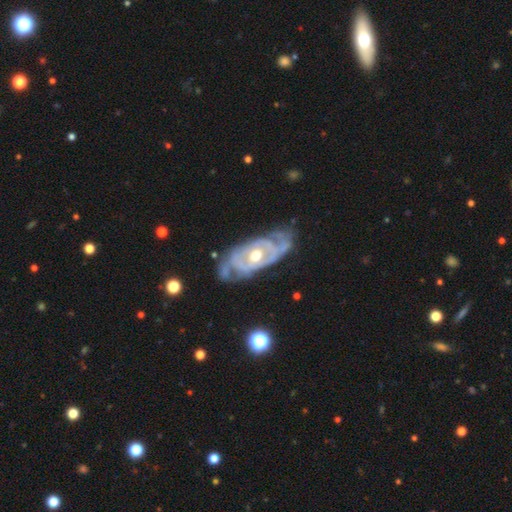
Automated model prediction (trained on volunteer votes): Smooth or featured: featured or disk — 87% (smooth — 8%)
Edge-on disk: no — 91% (yes — 9%)
Bar: no — 66% (weak — 25%)
Spiral arms: yes — 86% (no — 14%)
Spiral winding: tight — 66% (medium — 27%)
Spiral arm count: 2 — 39% (can't tell — 37%)
Bulge size: moderate — 72% (small — 22%)
Merging: none — 68% (minor disturbance — 22%)